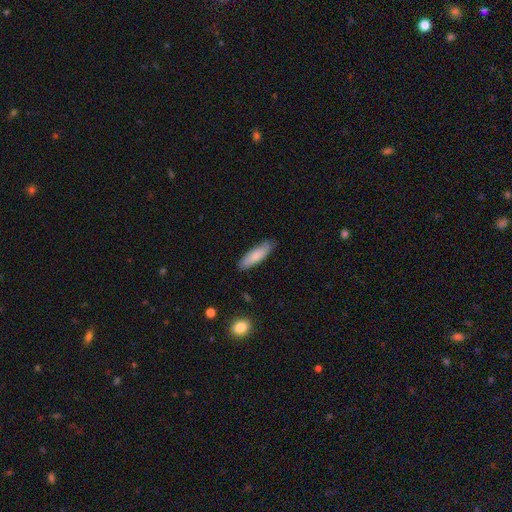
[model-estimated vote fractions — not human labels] A smooth galaxy with no disk features (80%) that is cigar-shaped (57%).

Vote fractions:
- Smooth or featured? smooth: 80% / featured or disk: 14% / star or artifact: 5%
- How rounded? cigar-shaped: 57% / in between: 41% / round: 1%
- Merging? none: 84% / minor disturbance: 13% / major disturbance: 2% / merger: 1%